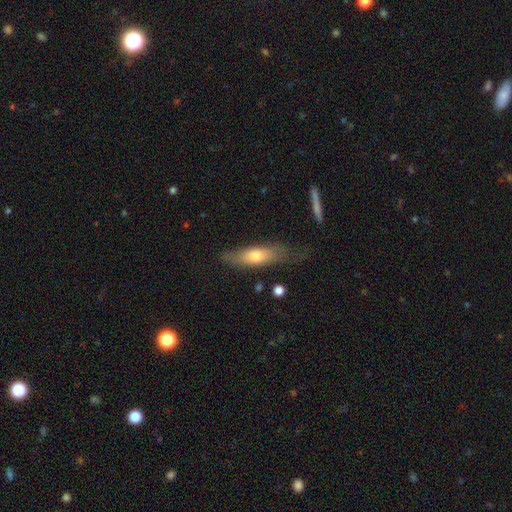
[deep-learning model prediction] smooth 59%, featured or disk 35%, star or artifact 6%. Down the decision tree: how rounded — cigar-shaped (59%); merging — none (62%).